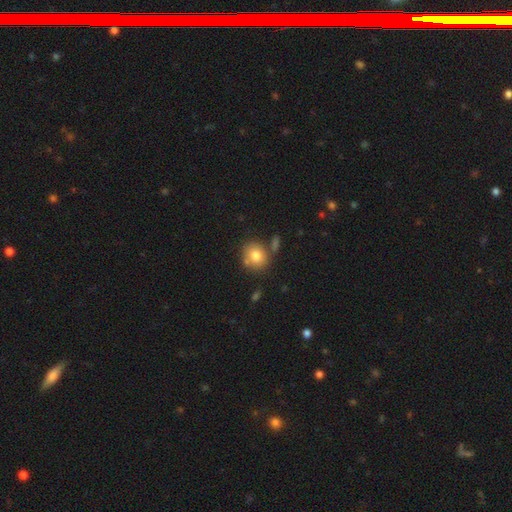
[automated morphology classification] smooth-or-featured: smooth: 78% | featured or disk: 12% | star or artifact: 10%
  how-rounded: round: 75% | in between: 24% | cigar-shaped: 1%
  merging: none: 69% | merger: 14% | minor disturbance: 13% | major disturbance: 4%